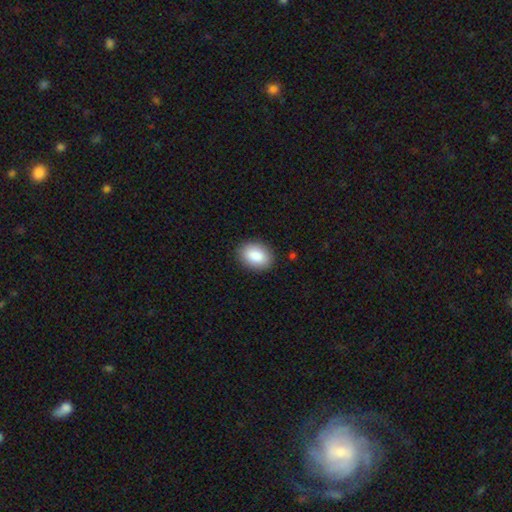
Smooth or featured? smooth (92%)
How rounded? in between (80%)
Merging? none (92%)